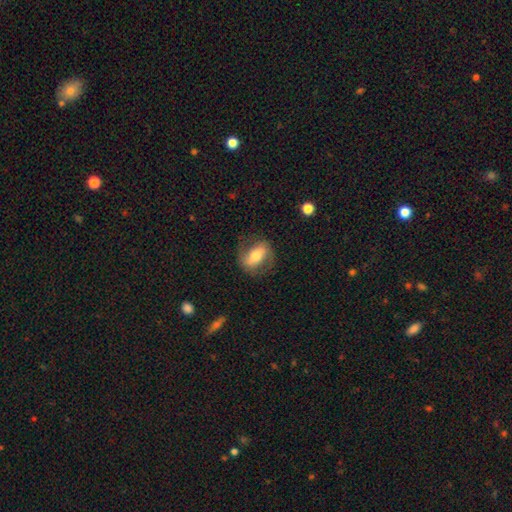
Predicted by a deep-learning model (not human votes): Overall: featured or disk (50%; smooth 43%). Edge-on disk: no (85%). Merging: none (75%).